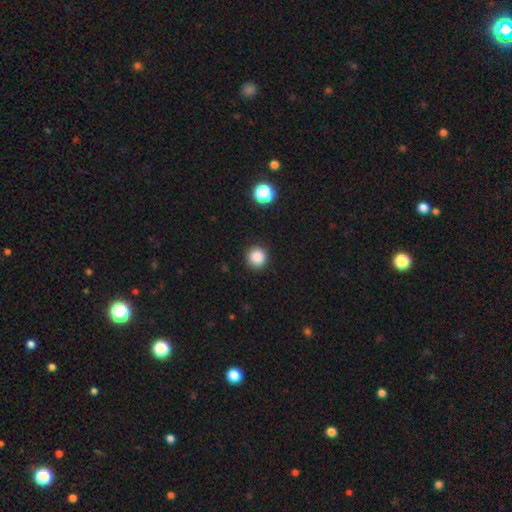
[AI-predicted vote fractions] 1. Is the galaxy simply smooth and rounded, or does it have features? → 86% smooth, 11% star or artifact, 3% featured or disk.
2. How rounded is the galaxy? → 95% round, 4% in between, 1% cigar-shaped.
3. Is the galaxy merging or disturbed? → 91% none, 6% minor disturbance, 2% major disturbance, 1% merger.